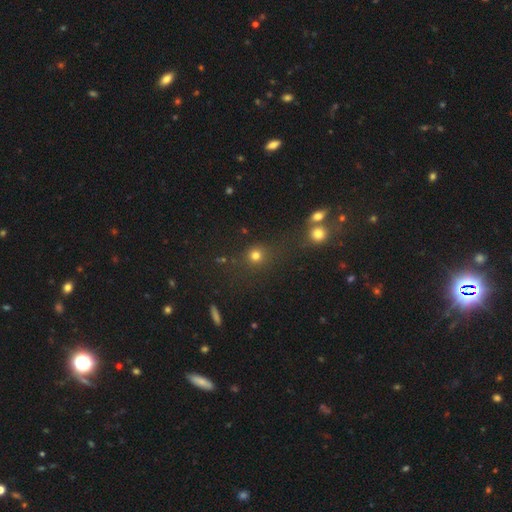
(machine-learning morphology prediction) The model was most divided on "smooth or featured": smooth: 77%, star or artifact: 16%, featured or disk: 7%. More confident: how rounded — round (90%); merging — none (74%).